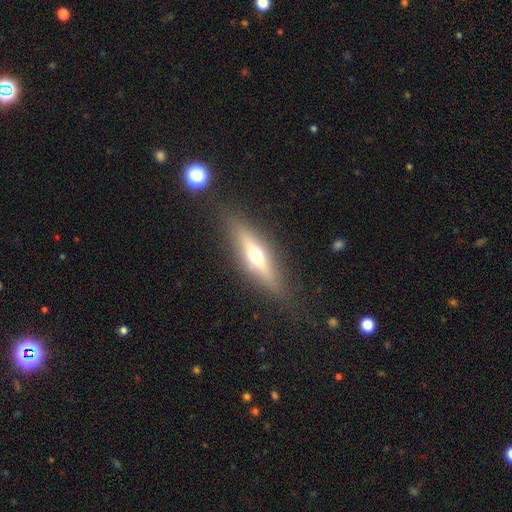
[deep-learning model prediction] A featured or disk galaxy (57%) viewed edge-on (90%) with a rounded central bulge (92%). Merging: none (85%).